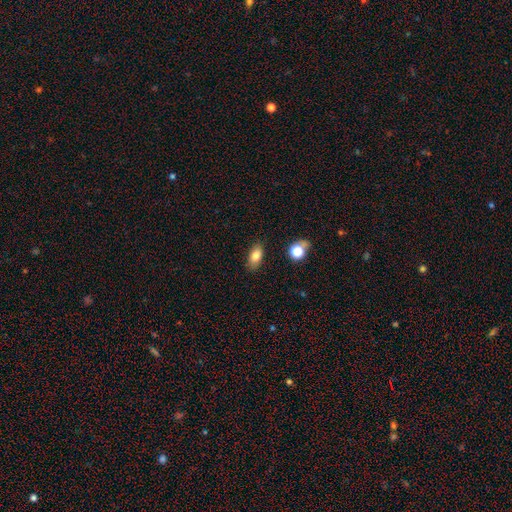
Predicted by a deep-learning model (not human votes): Smooth or featured: smooth — 81% (featured or disk — 10%)
How rounded: in between — 88% (round — 6%)
Merging: none — 83% (minor disturbance — 12%)